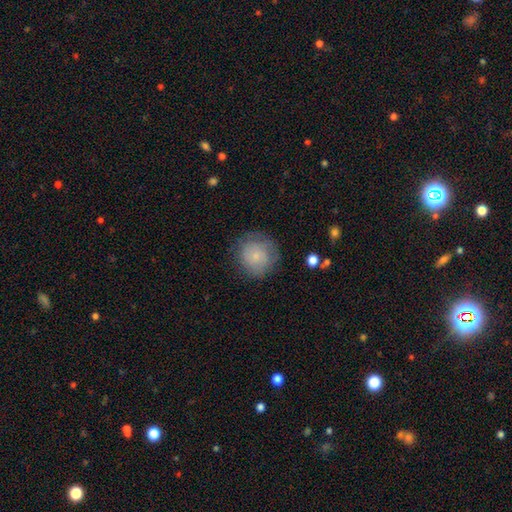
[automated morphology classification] Overall: smooth (70%). How rounded: round (91%). Merging: none (73%).